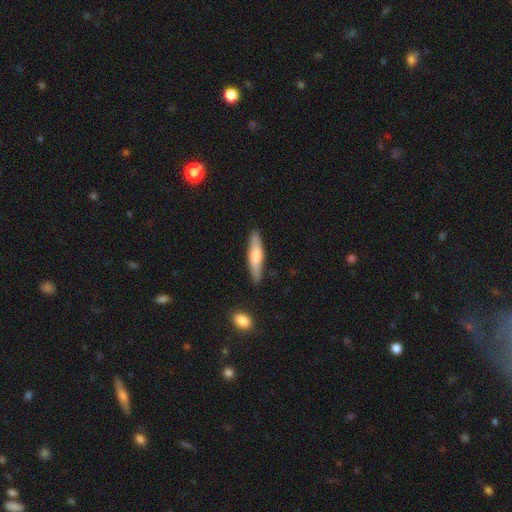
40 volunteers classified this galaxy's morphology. smooth_or_featured: smooth (p=0.60) [alt: featured or disk p=0.33]
how_rounded: cigar-shaped (p=0.83) [alt: in between p=0.17]
merging: none (p=0.76) [alt: minor disturbance p=0.19]